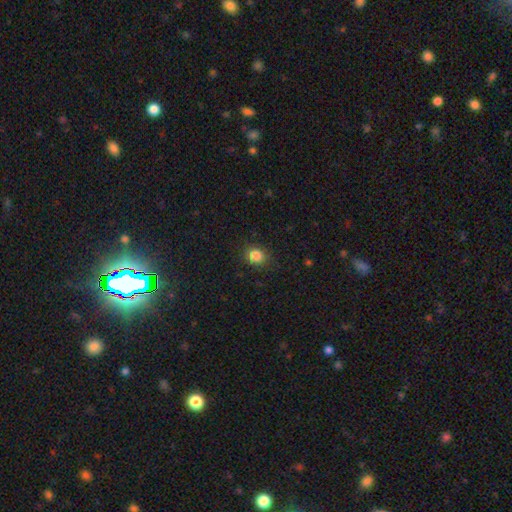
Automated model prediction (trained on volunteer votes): Smooth or featured?
  - smooth: 84% *
  - star or artifact: 12%
  - featured or disk: 5%
How rounded?
  - round: 72% *
  - in between: 27%
  - cigar-shaped: 1%
Merging?
  - none: 85% *
  - minor disturbance: 11%
  - major disturbance: 3%
  - merger: 1%